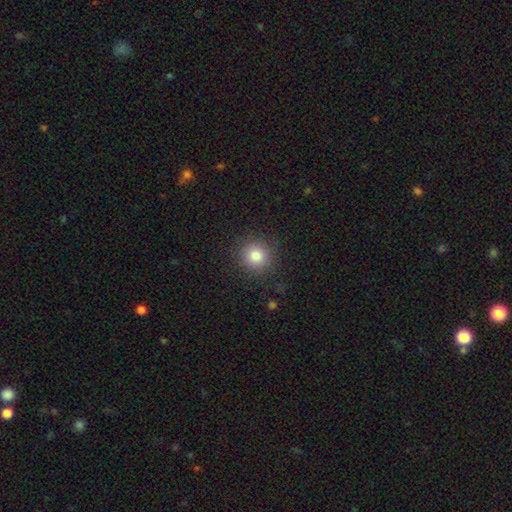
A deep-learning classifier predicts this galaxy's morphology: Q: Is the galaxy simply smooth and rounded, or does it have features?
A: smooth — 83%.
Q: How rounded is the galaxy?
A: round — 92%.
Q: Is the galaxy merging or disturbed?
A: none — 88%.